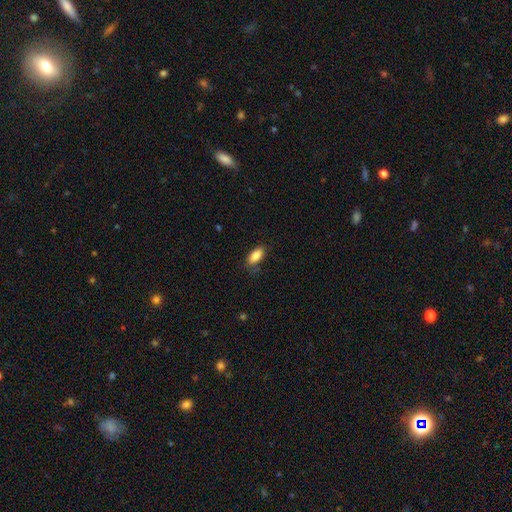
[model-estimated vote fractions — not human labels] smooth 87%, star or artifact 7%, featured or disk 6%. Down the decision tree: how rounded — in between (85%); merging — none (77%).